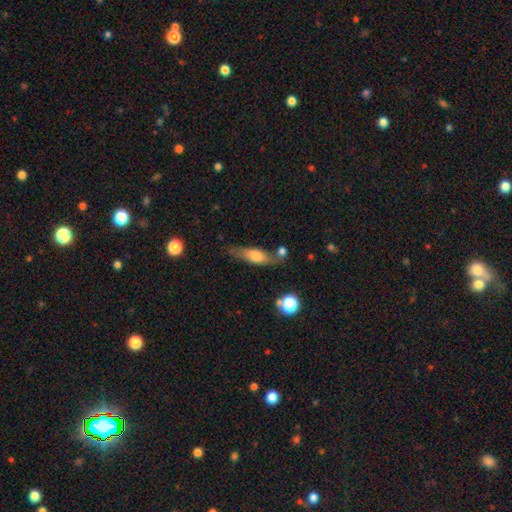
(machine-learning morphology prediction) smooth_or_featured: smooth (p=0.60) [alt: featured or disk p=0.33]
how_rounded: in between (p=0.53) [alt: cigar-shaped p=0.43]
merging: none (p=0.56) [alt: minor disturbance p=0.22]